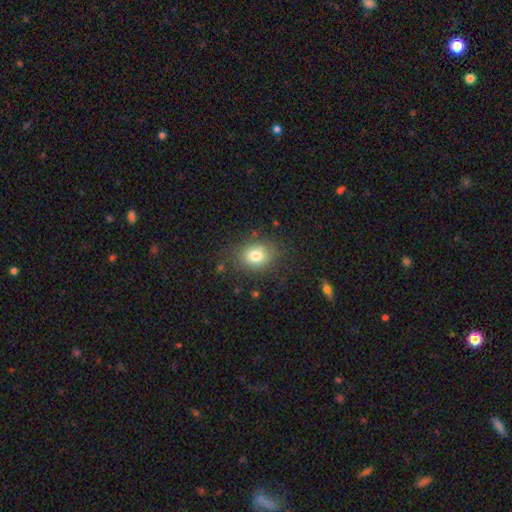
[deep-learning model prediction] Smooth or featured?
  - smooth: 78% *
  - featured or disk: 11%
  - star or artifact: 11%
How rounded?
  - in between: 50% *
  - round: 49%
  - cigar-shaped: 1%
Merging?
  - none: 80% *
  - minor disturbance: 13%
  - major disturbance: 5%
  - merger: 2%